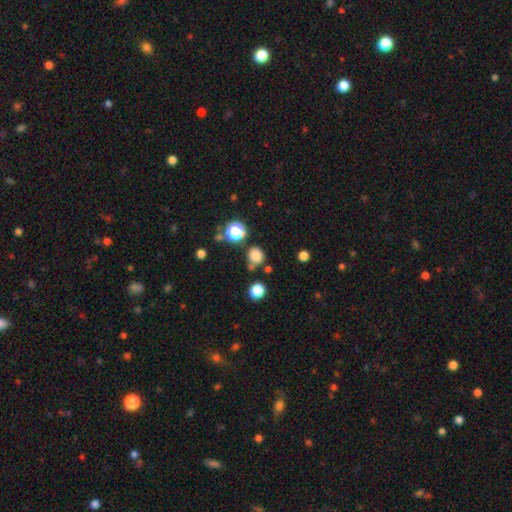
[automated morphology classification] type=smooth (79%); roundness=round (82%); merging=none (72%).